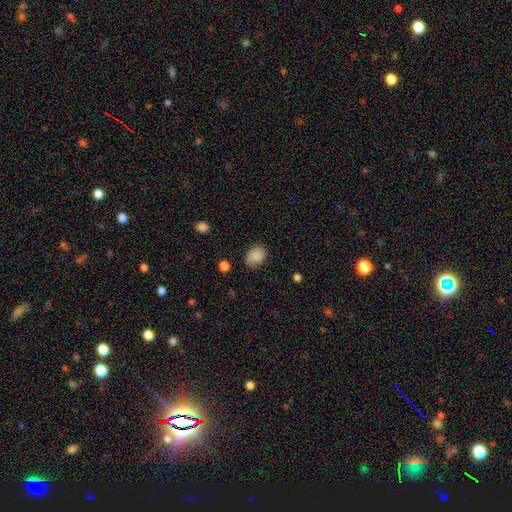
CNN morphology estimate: Smooth or featured? smooth (84%)
How rounded? in between (60%)
Merging? none (74%)